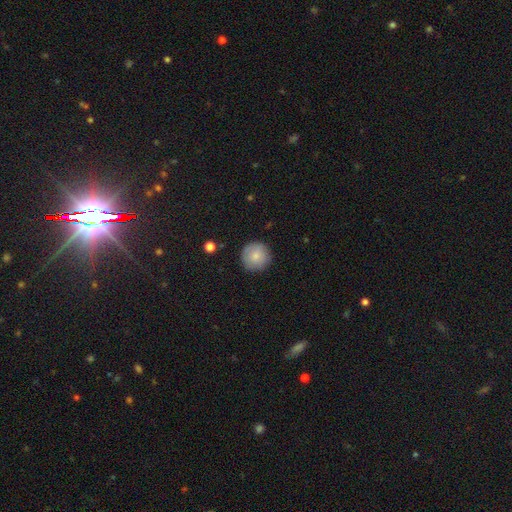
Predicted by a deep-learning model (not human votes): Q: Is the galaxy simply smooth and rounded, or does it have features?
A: smooth — 81%.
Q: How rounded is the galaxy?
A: round — 95%.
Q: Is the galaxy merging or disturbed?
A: none — 88%.